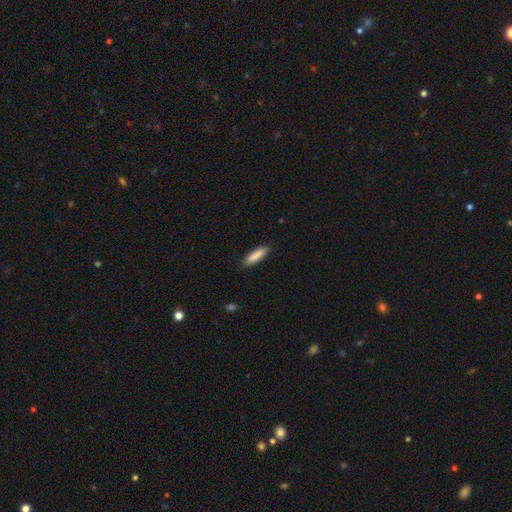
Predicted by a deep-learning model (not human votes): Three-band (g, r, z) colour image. It shows a smooth galaxy with no disk features (87%) that is cigar-shaped (69%). Merging: none (89%).